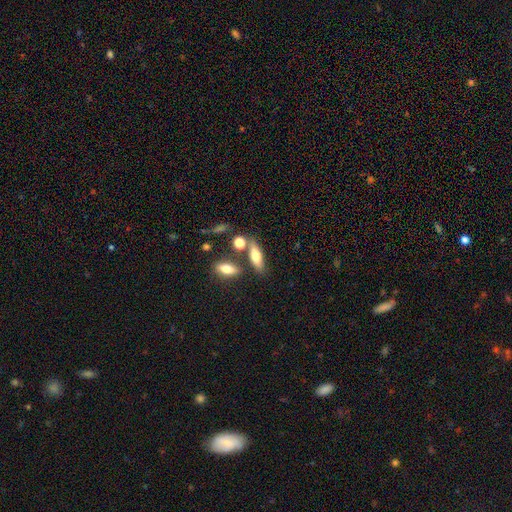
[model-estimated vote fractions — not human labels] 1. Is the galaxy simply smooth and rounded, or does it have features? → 65% smooth, 26% featured or disk, 9% star or artifact.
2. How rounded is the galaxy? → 57% in between, 38% cigar-shaped, 6% round.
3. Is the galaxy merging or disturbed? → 63% none, 19% merger, 13% minor disturbance, 5% major disturbance.